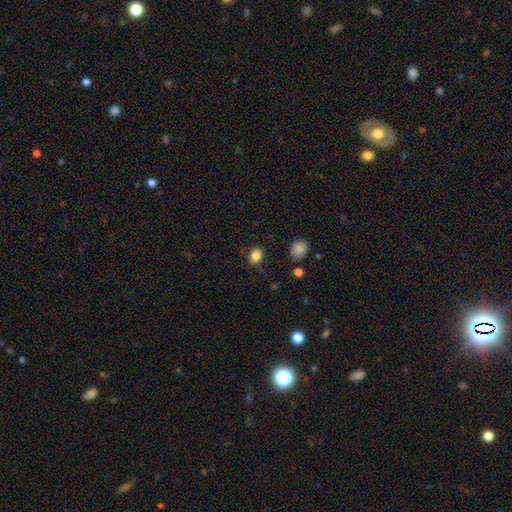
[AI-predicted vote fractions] Morphology: type=smooth (85%); roundness=in between (61%); merging=none (79%).